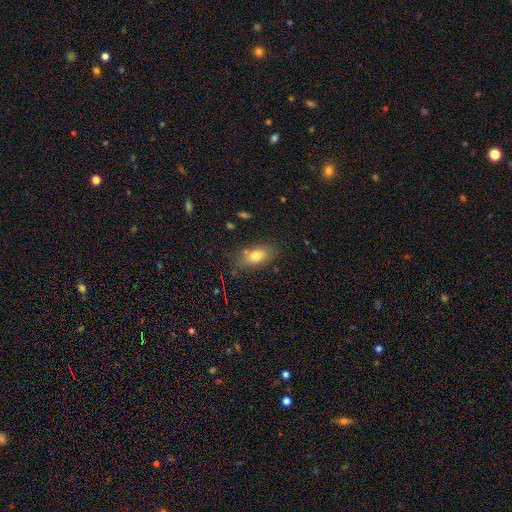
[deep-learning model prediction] The model was most divided on "merging": none: 77%, minor disturbance: 15%, major disturbance: 4%, merger: 4%. More confident: how rounded — in between (86%); smooth or featured — smooth (77%).